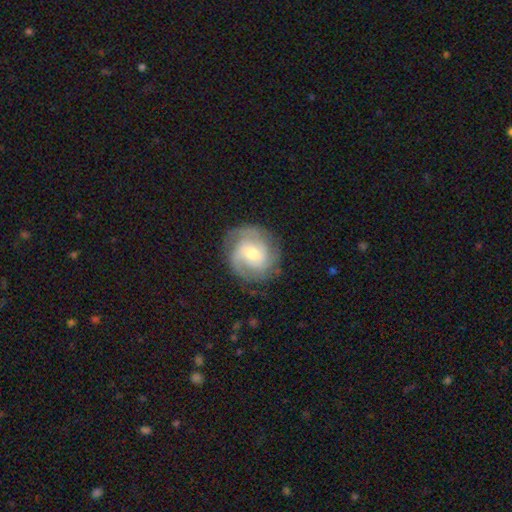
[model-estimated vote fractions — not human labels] Overall: featured or disk (82%). Edge-on disk: no (98%). Bar: no (50%; weak 41%). Spiral arms: yes (96%). Spiral arm count: 3 (35%; 2 31%). Spiral winding: tight (53%; medium 38%). Bulge size: moderate (63%; small 30%). Merging: none (80%).